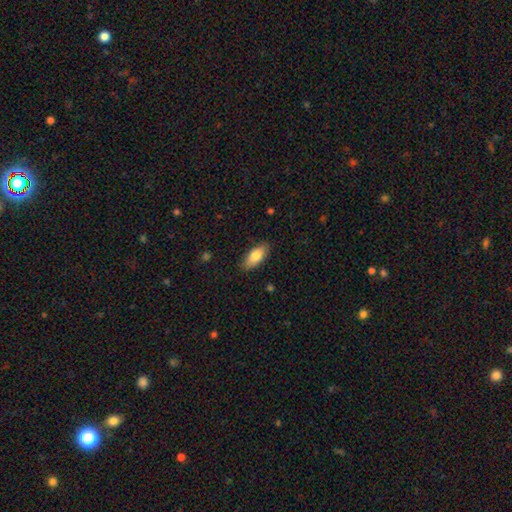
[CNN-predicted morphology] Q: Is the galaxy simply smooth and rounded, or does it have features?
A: smooth — 79%.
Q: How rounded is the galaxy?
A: in between — 85%.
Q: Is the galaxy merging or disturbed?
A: none — 86%.